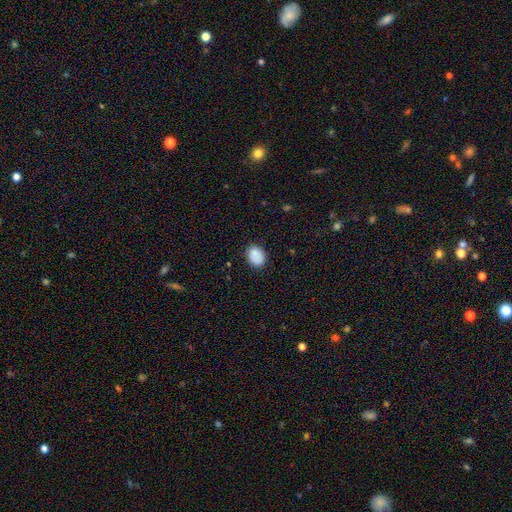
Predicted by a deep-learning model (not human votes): Overall: smooth (87%). How rounded: in between (64%; round 35%). Merging: none (82%).